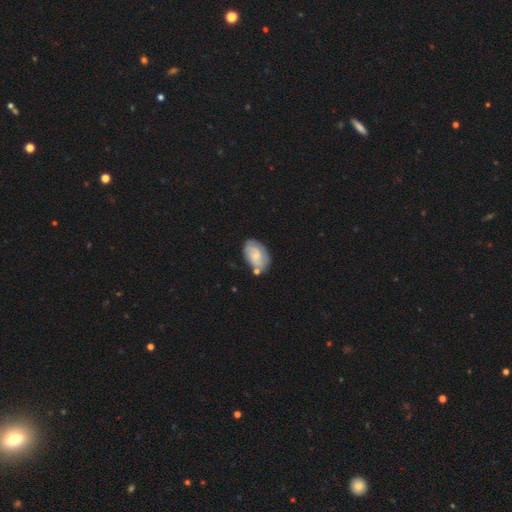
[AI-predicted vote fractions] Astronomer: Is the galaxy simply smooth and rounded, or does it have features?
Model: featured or disk — 59%.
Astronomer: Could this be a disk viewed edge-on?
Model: no — 97%.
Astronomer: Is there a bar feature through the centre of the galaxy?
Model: no — 61%.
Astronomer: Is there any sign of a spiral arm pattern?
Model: yes — 87%.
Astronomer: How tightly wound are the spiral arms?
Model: tight — 50% (runner-up: medium, 36%).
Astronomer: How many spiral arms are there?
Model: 2 — 46% (runner-up: can't tell, 30%).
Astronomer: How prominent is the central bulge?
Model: small — 60%.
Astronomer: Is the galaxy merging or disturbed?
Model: none — 66%.